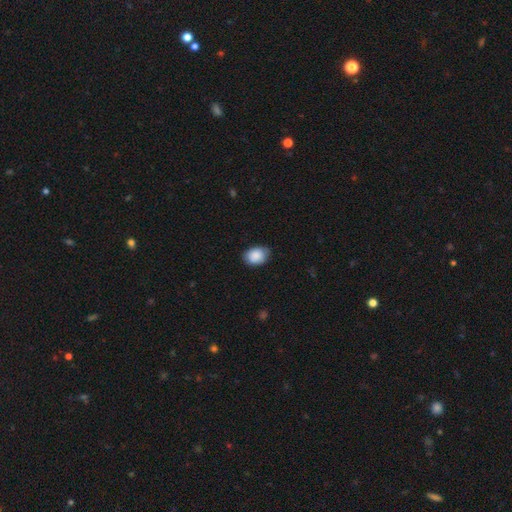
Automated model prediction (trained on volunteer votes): Q: Smooth or featured?
A: smooth (88%); runner-up: star or artifact (7%)
Q: How rounded?
A: in between (66%); runner-up: round (33%)
Q: Merging?
A: none (75%); runner-up: minor disturbance (21%)